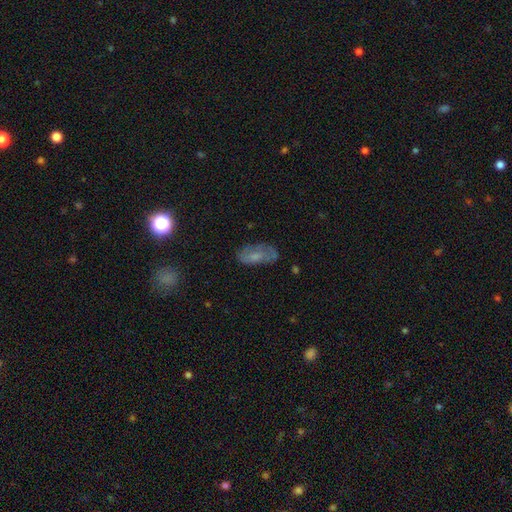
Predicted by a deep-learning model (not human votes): Smooth or featured: smooth — 56% (featured or disk — 33%)
How rounded: in between — 87% (cigar-shaped — 9%)
Merging: none — 60% (minor disturbance — 26%)